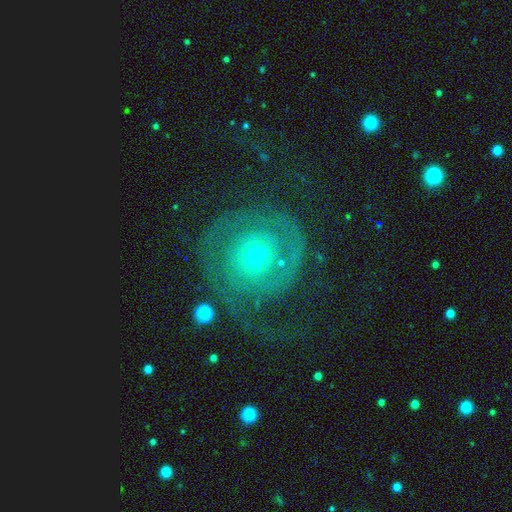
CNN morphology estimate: Smooth or featured? Predicted: featured or disk (p=0.81). Edge-on disk? Predicted: no (p=0.98). Bar? Predicted: no (p=0.81). Spiral arms? Predicted: yes (p=0.93). Spiral winding? Predicted: tight (p=0.58). Spiral arm count? Predicted: 2 (p=0.66). Bulge size? Predicted: small (p=0.79). Merging? Predicted: none (p=0.68).